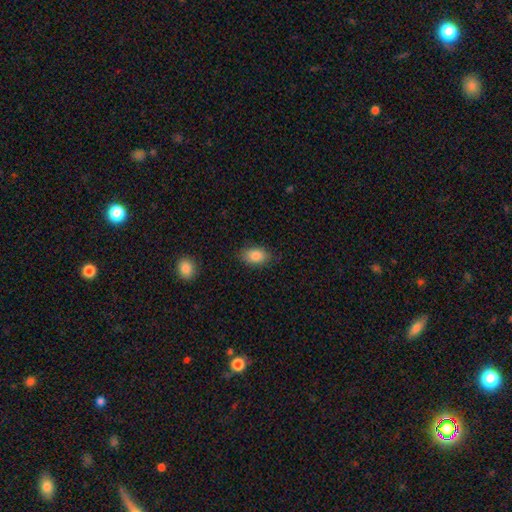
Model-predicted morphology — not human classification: Smooth or featured?
  - smooth: 86% *
  - star or artifact: 8%
  - featured or disk: 7%
How rounded?
  - in between: 86% *
  - round: 12%
  - cigar-shaped: 2%
Merging?
  - none: 84% *
  - minor disturbance: 12%
  - major disturbance: 3%
  - merger: 1%